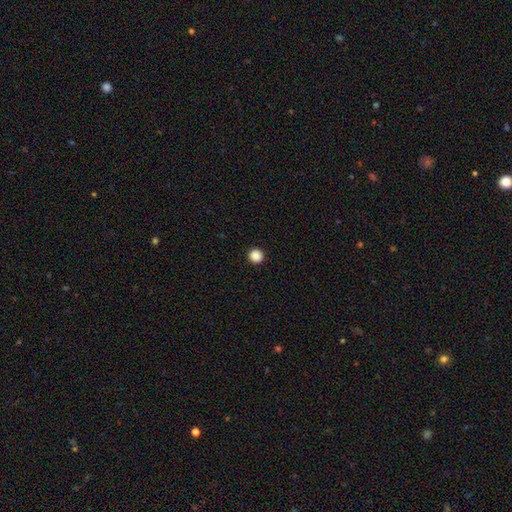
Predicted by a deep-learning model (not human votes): smooth-or-featured: smooth: 88% | star or artifact: 10% | featured or disk: 2%
  how-rounded: round: 95% | in between: 4% | cigar-shaped: 1%
  merging: none: 93% | minor disturbance: 4% | major disturbance: 2% | merger: 1%